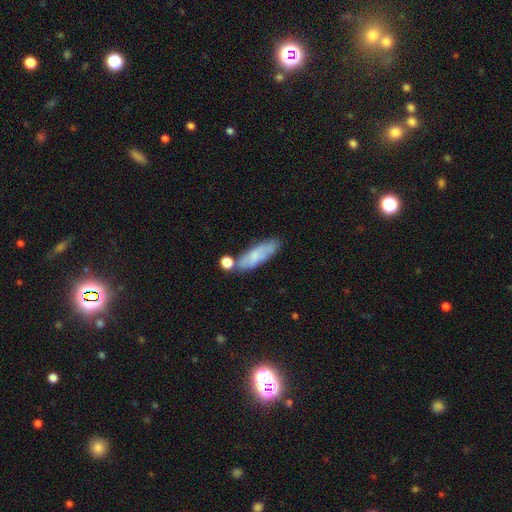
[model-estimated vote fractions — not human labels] Smooth or featured? smooth (66%)
How rounded? in between (50%)
Merging? none (60%)